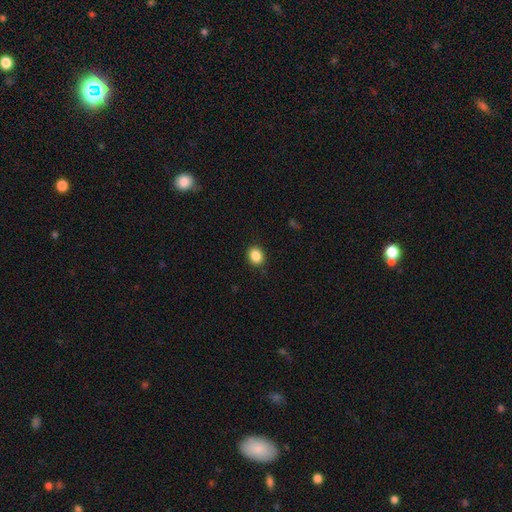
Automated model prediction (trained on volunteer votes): Smooth or featured? Predicted: smooth (p=0.88). How rounded? Predicted: round (p=0.62). Merging? Predicted: none (p=0.88).